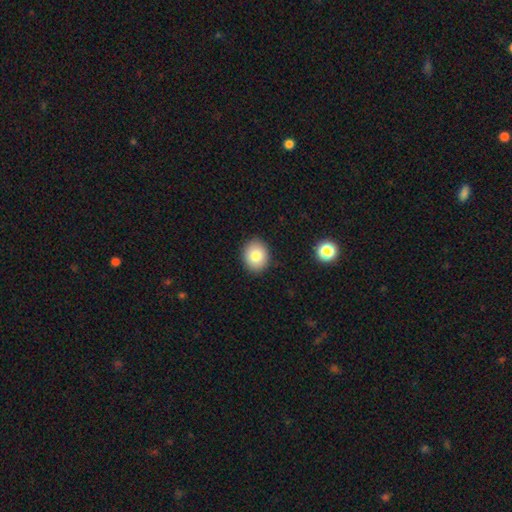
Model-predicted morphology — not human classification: Smooth or featured?
  - smooth: 79% *
  - featured or disk: 11%
  - star or artifact: 10%
How rounded?
  - round: 62% *
  - in between: 37%
  - cigar-shaped: 1%
Merging?
  - none: 90% *
  - minor disturbance: 7%
  - major disturbance: 2%
  - merger: 1%